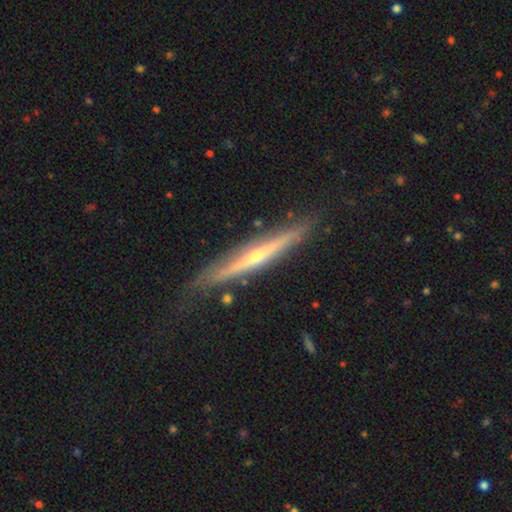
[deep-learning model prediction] A featured or disk galaxy (78%) viewed edge-on (96%) with a rounded central bulge (77%). Merging: none (81%).